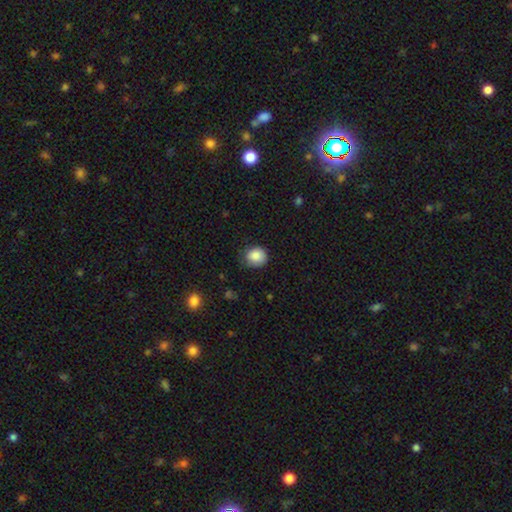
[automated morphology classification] The model was most divided on "merging": none: 71%, minor disturbance: 23%, major disturbance: 5%, merger: 1%. More confident: smooth or featured — smooth (85%); how rounded — round (77%).